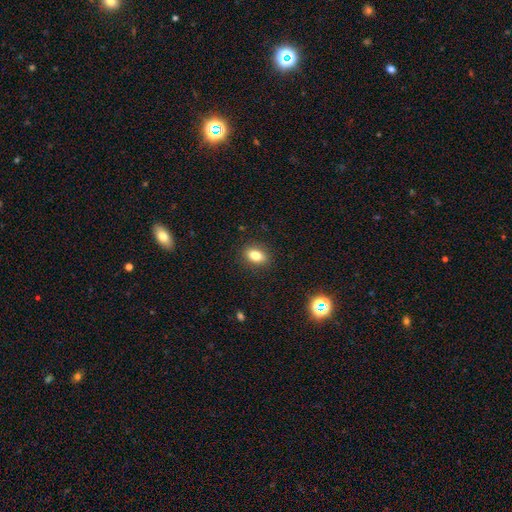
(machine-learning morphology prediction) A smooth galaxy with no disk features (82%) that is in between round and cigar-shaped (83%). Merging: none (88%).